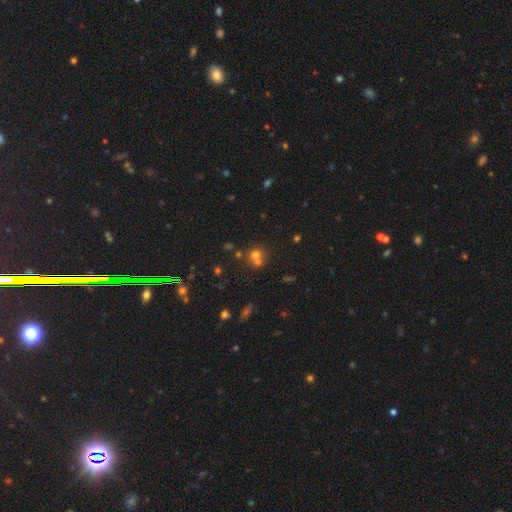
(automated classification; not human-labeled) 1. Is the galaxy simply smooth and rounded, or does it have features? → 60% smooth, 25% star or artifact, 15% featured or disk.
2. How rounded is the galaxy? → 83% round, 16% in between, 1% cigar-shaped.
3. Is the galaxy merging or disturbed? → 45% none, 44% merger, 7% minor disturbance, 3% major disturbance.